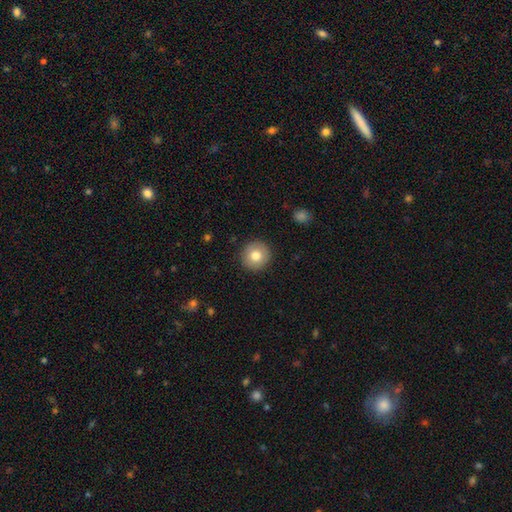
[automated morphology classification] smooth_or_featured: smooth (p=0.79) [alt: featured or disk p=0.12]
how_rounded: round (p=0.94) [alt: in between p=0.05]
merging: none (p=0.91) [alt: minor disturbance p=0.06]